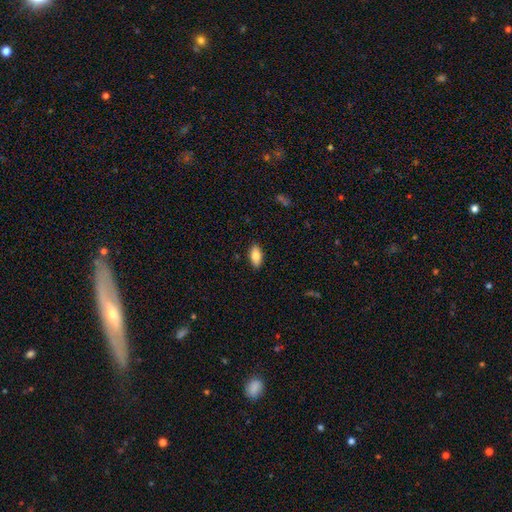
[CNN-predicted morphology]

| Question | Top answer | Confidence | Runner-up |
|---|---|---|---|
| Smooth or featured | smooth | 81% | featured or disk (12%) |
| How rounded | in between | 89% | cigar-shaped (8%) |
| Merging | none | 89% | minor disturbance (9%) |